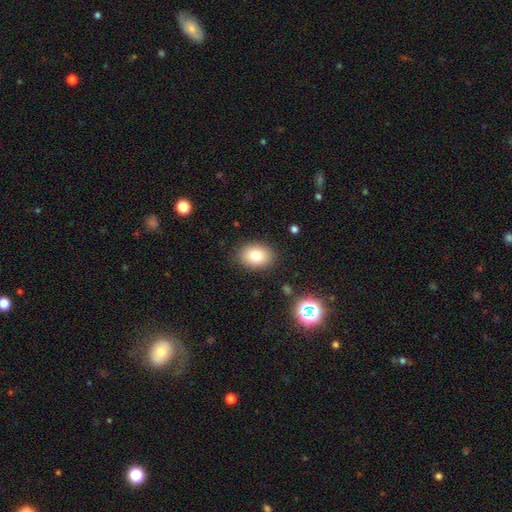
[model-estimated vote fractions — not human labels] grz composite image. It shows a smooth galaxy with no disk features (82%) that is in between round and cigar-shaped (73%). Merging: none (86%).